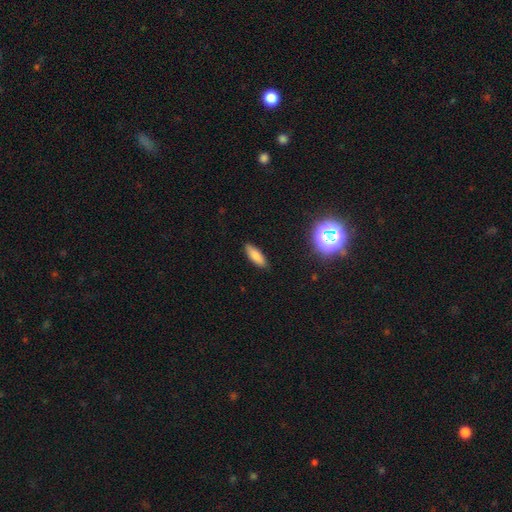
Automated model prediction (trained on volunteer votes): Smooth or featured? Predicted: smooth (p=0.83). How rounded? Predicted: in between (p=0.64). Merging? Predicted: none (p=0.88).